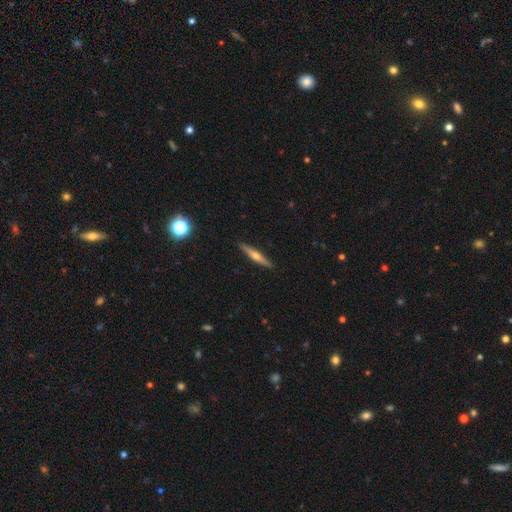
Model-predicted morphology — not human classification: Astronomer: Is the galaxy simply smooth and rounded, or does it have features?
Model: featured or disk — 64%.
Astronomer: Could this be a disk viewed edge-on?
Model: yes — 97%.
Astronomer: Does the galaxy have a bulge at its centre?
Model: rounded — 90%.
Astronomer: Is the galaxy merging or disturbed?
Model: none — 91%.